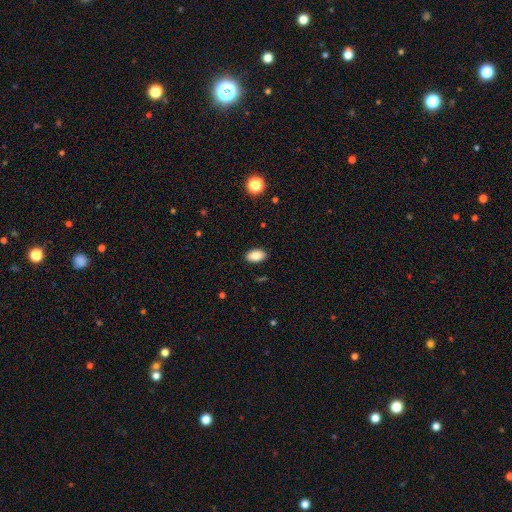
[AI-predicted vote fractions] A smooth galaxy with no disk features (85%) that is in between round and cigar-shaped (93%).

Vote fractions:
- Smooth or featured? smooth: 85% / star or artifact: 8% / featured or disk: 7%
- How rounded? in between: 93% / round: 6% / cigar-shaped: 2%
- Merging? none: 89% / minor disturbance: 8% / major disturbance: 2% / merger: 1%